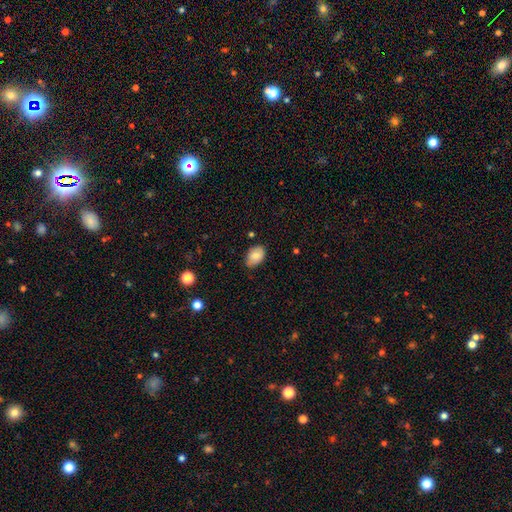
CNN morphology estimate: smooth 80%, featured or disk 12%, star or artifact 7%. Down the decision tree: how rounded — in between (88%); merging — none (77%).